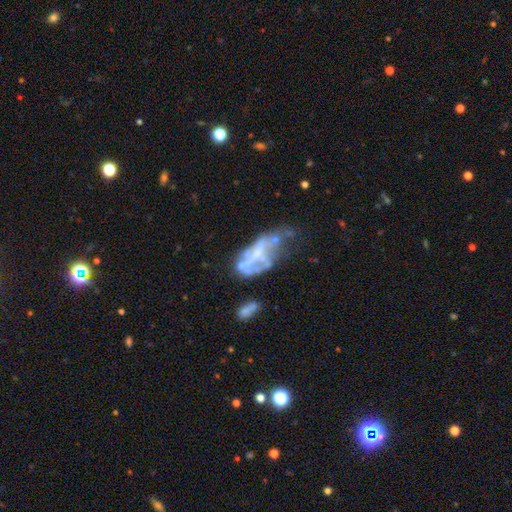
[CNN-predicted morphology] Smooth or featured: featured or disk — 63% (smooth — 24%)
Edge-on disk: no — 94% (yes — 6%)
Bar: no — 76% (weak — 16%)
Spiral arms: no — 84% (yes — 16%)
Bulge size: none — 62% (small — 22%)
Merging: major disturbance — 38% (none — 22%)